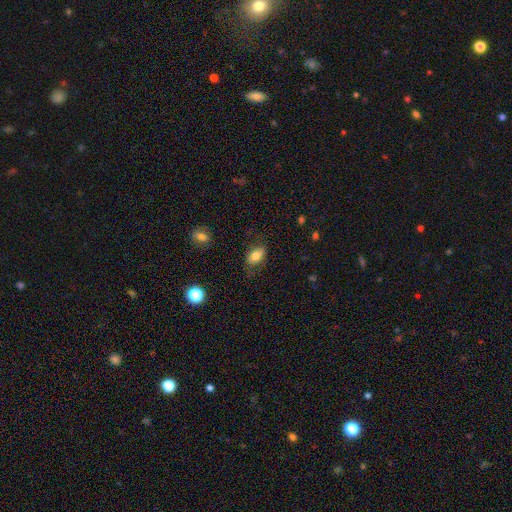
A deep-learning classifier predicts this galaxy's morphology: Q: Smooth or featured?
A: smooth (78%); runner-up: featured or disk (14%)
Q: How rounded?
A: in between (88%); runner-up: round (9%)
Q: Merging?
A: none (76%); runner-up: minor disturbance (17%)